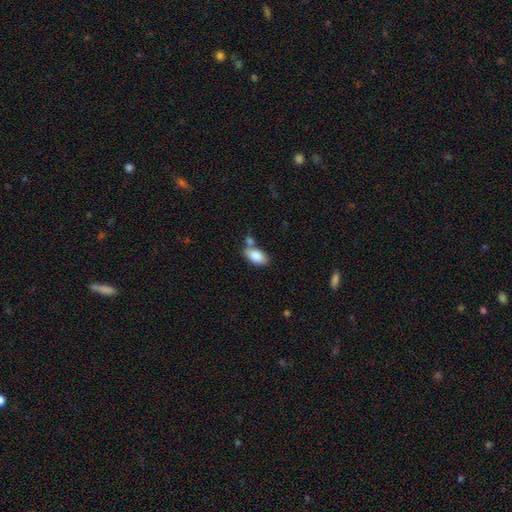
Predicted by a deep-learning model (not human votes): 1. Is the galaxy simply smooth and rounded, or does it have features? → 86% smooth, 7% featured or disk, 7% star or artifact.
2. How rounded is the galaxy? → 93% in between, 4% round, 3% cigar-shaped.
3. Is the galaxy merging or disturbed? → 54% none, 26% merger, 15% minor disturbance, 5% major disturbance.